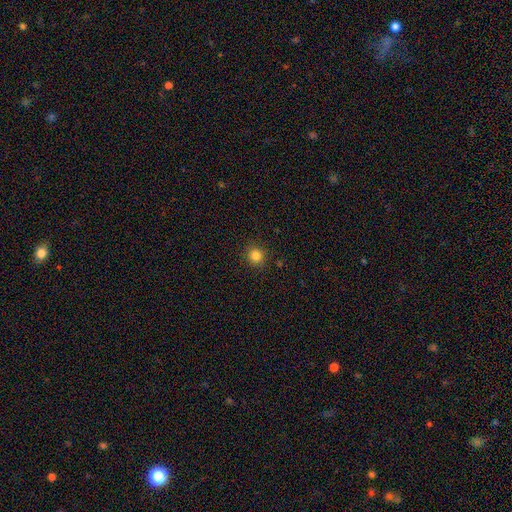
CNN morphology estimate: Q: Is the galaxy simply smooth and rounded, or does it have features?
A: smooth — 82%.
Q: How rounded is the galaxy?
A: round — 92%.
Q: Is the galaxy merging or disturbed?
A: none — 91%.